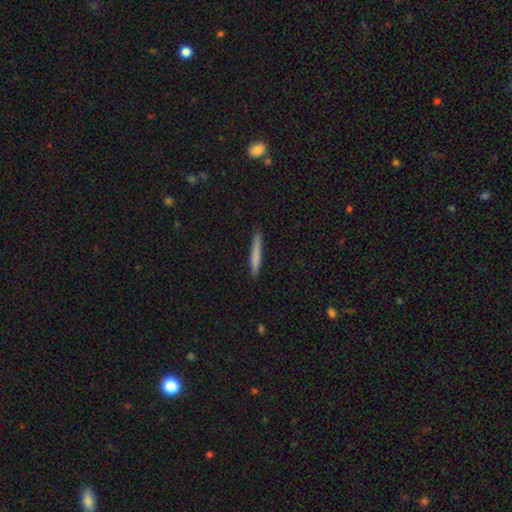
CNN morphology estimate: Q: Smooth or featured?
A: smooth (76%); runner-up: featured or disk (18%)
Q: How rounded?
A: cigar-shaped (95%); runner-up: in between (3%)
Q: Merging?
A: none (90%); runner-up: minor disturbance (8%)